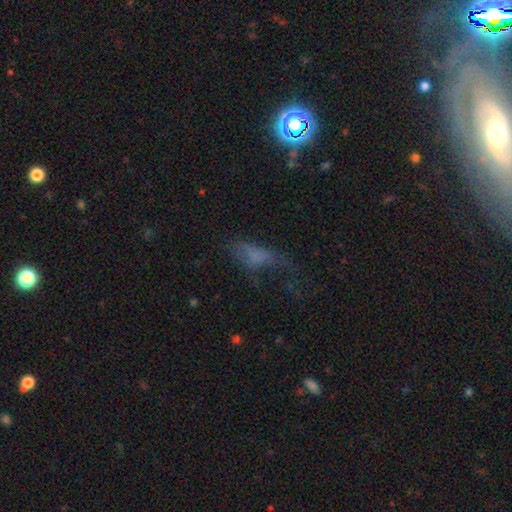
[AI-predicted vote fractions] Smooth or featured: smooth — 55% (featured or disk — 26%)
How rounded: in between — 67% (cigar-shaped — 27%)
Merging: major disturbance — 47% (none — 27%)